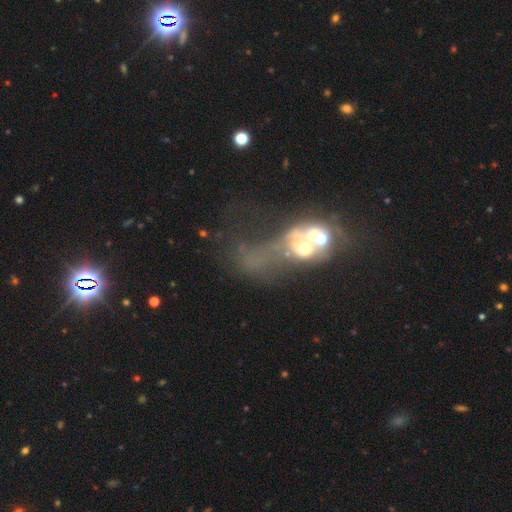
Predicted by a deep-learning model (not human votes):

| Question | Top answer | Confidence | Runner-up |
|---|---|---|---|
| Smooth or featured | featured or disk | 40% | star or artifact (33%) |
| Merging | merger | 50% | major disturbance (26%) |